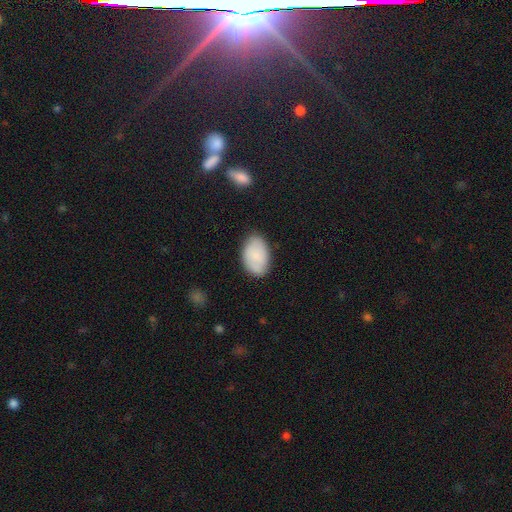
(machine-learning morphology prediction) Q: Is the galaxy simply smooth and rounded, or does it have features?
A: smooth — 80%.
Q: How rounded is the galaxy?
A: in between — 91%.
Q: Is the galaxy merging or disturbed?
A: none — 81%.